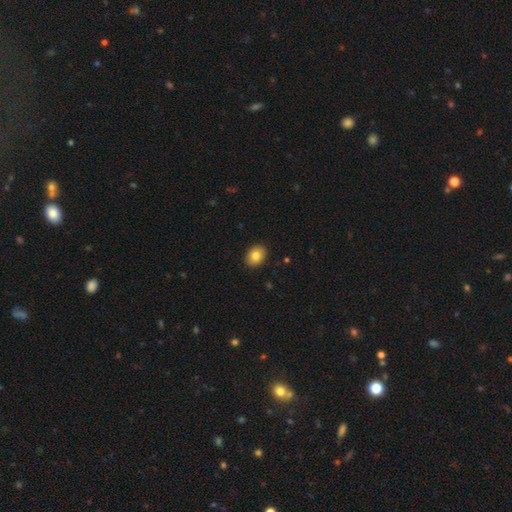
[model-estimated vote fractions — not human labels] Morphology: type=smooth (82%); roundness=in between (59%); merging=none (91%).